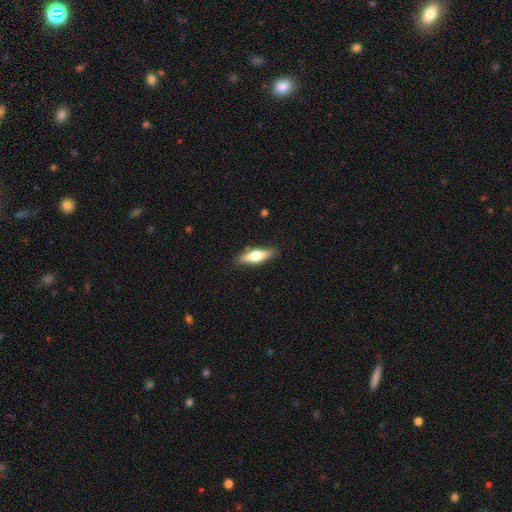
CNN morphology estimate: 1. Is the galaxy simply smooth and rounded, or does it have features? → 51% smooth, 42% featured or disk, 6% star or artifact.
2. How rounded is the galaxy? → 50% cigar-shaped, 47% in between, 3% round.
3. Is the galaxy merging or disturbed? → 86% none, 10% minor disturbance, 2% major disturbance, 2% merger.